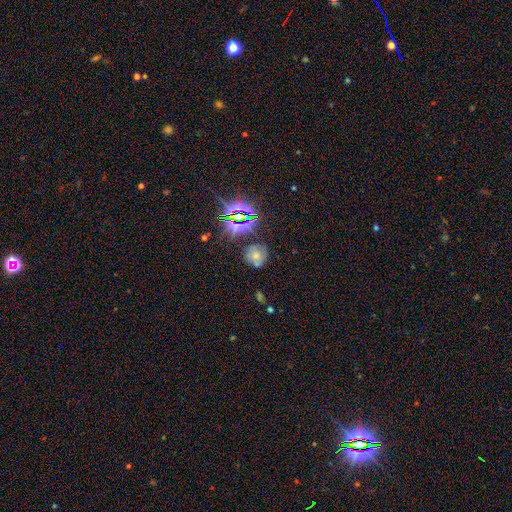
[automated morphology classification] Smooth or featured?
  - smooth: 53% *
  - star or artifact: 29%
  - featured or disk: 18%
How rounded?
  - round: 83% *
  - in between: 16%
  - cigar-shaped: 1%
Merging?
  - none: 65% *
  - minor disturbance: 18%
  - merger: 10%
  - major disturbance: 6%